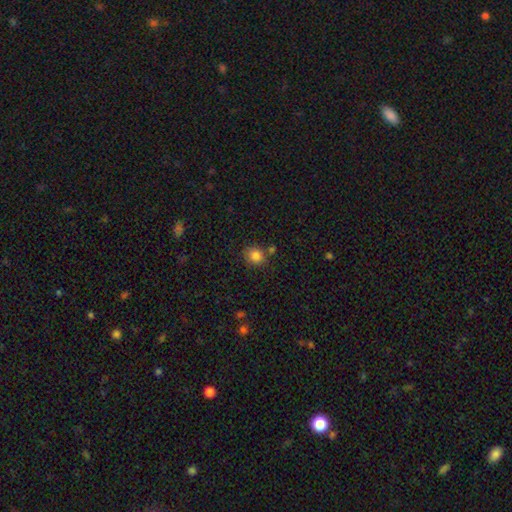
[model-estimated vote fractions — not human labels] smooth 84%, star or artifact 10%, featured or disk 6%. Down the decision tree: how rounded — round (69%); merging — none (74%).